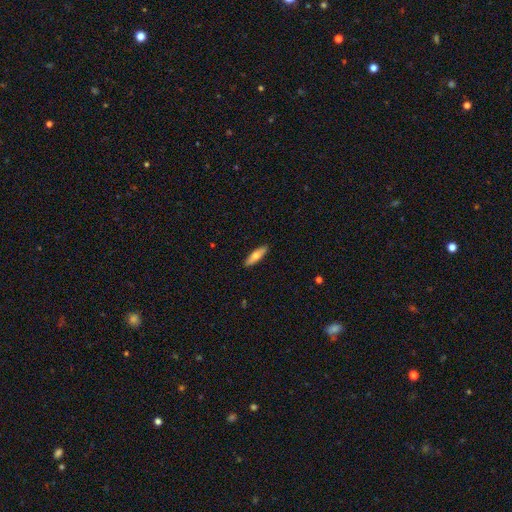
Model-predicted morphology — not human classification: Overall: smooth (65%; featured or disk 30%). How rounded: cigar-shaped (62%; in between 36%). Merging: none (91%).